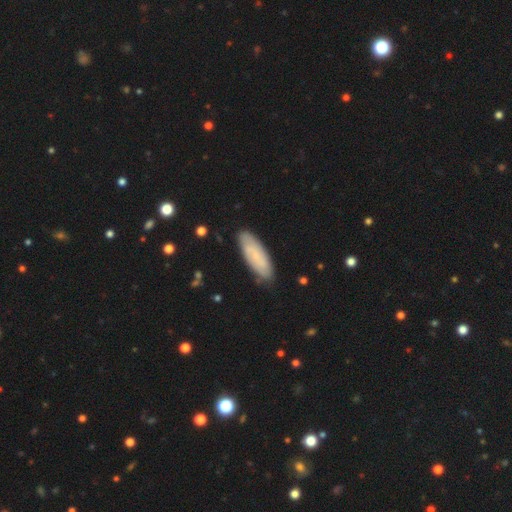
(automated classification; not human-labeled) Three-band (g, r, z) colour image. It shows a smooth galaxy with no disk features (65%) that is in between round and cigar-shaped (62%). Merging: none (82%).